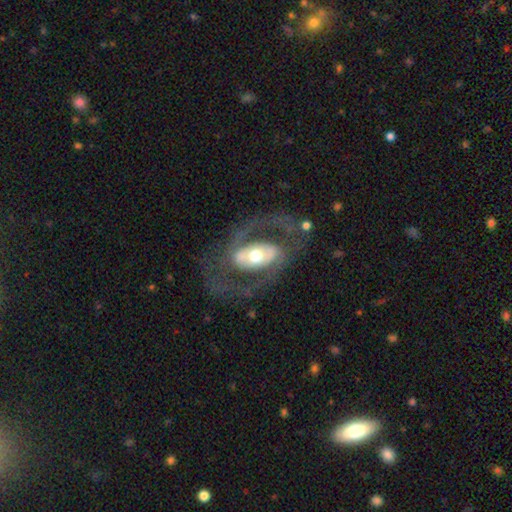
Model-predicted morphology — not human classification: Smooth or featured: featured or disk — 79% (smooth — 16%)
Edge-on disk: no — 94% (yes — 6%)
Bar: no — 43% (strong — 31%)
Spiral arms: yes — 74% (no — 26%)
Spiral winding: medium — 49% (loose — 28%)
Spiral arm count: 2 — 85% (can't tell — 7%)
Bulge size: moderate — 64% (large — 20%)
Merging: none — 66% (major disturbance — 18%)